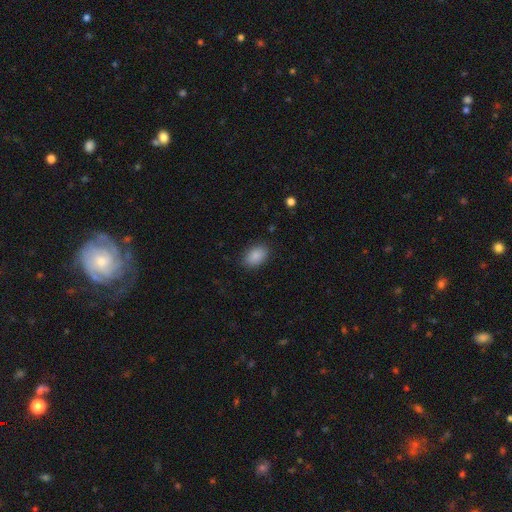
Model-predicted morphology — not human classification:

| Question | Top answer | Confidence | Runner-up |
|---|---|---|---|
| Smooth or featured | smooth | 88% | star or artifact (7%) |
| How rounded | in between | 88% | round (11%) |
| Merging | none | 85% | minor disturbance (11%) |